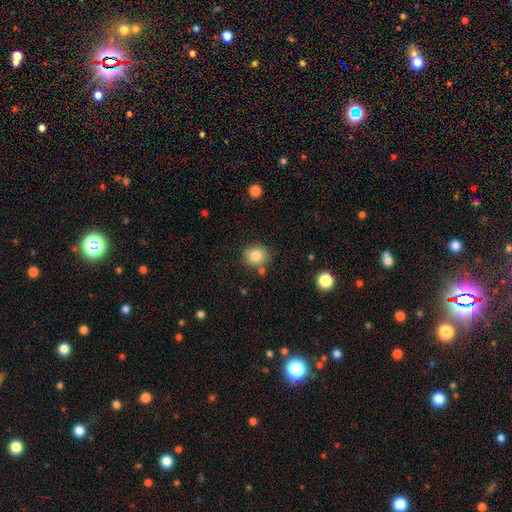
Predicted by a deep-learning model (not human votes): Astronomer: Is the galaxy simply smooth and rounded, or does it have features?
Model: smooth — 82%.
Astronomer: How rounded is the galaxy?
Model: round — 80%.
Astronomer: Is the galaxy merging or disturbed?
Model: none — 79%.